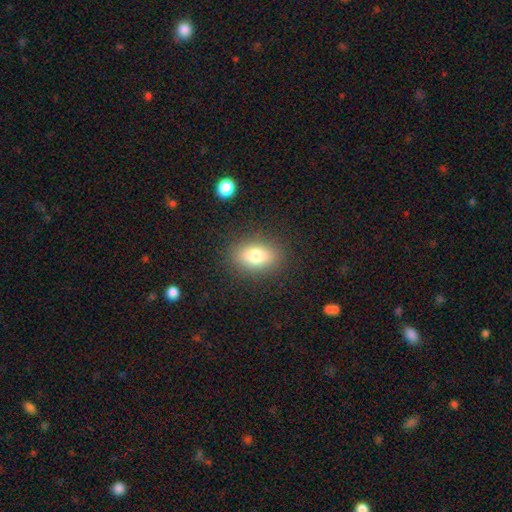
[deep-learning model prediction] A smooth galaxy with no disk features (77%) that is in between round and cigar-shaped (78%).

Vote fractions:
- Smooth or featured? smooth: 77% / featured or disk: 12% / star or artifact: 11%
- How rounded? in between: 78% / round: 19% / cigar-shaped: 3%
- Merging? none: 86% / minor disturbance: 9% / major disturbance: 4% / merger: 1%